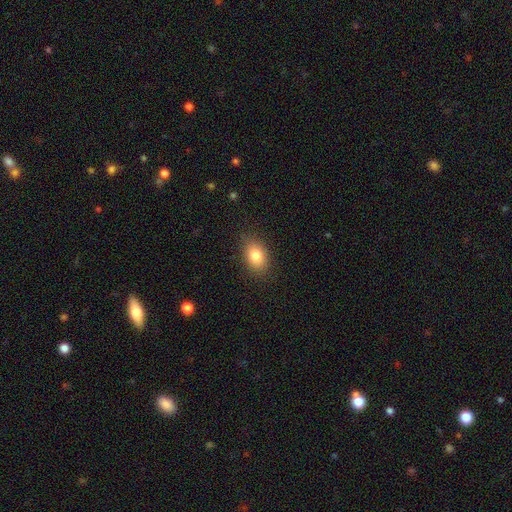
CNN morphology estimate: Smooth or featured? smooth (83%)
How rounded? in between (80%)
Merging? none (85%)